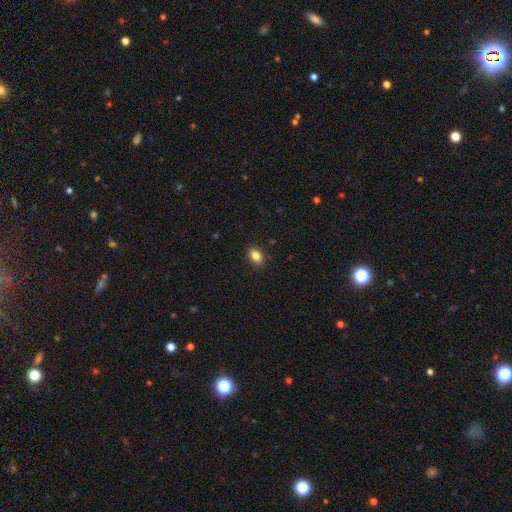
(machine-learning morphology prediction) smooth 85%, star or artifact 9%, featured or disk 6%. Down the decision tree: how rounded — in between (82%); merging — none (88%).